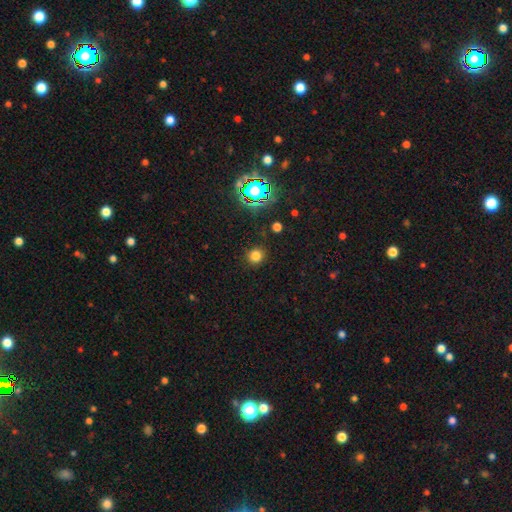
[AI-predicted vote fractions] Q: Smooth or featured?
A: smooth (76%); runner-up: star or artifact (19%)
Q: How rounded?
A: round (90%); runner-up: in between (9%)
Q: Merging?
A: none (88%); runner-up: minor disturbance (8%)